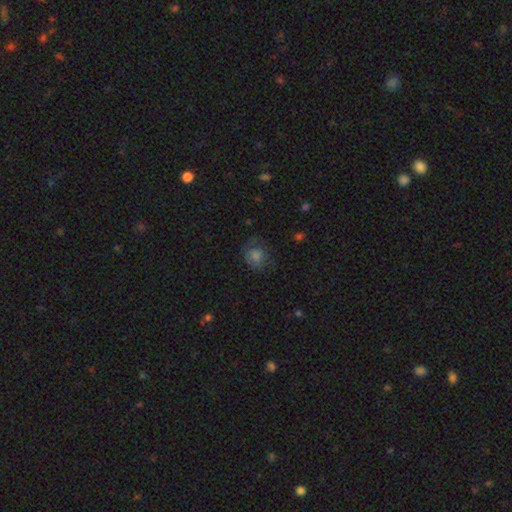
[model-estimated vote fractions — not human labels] Morphology: type=smooth (67%); roundness=round (74%); merging=none (64%).